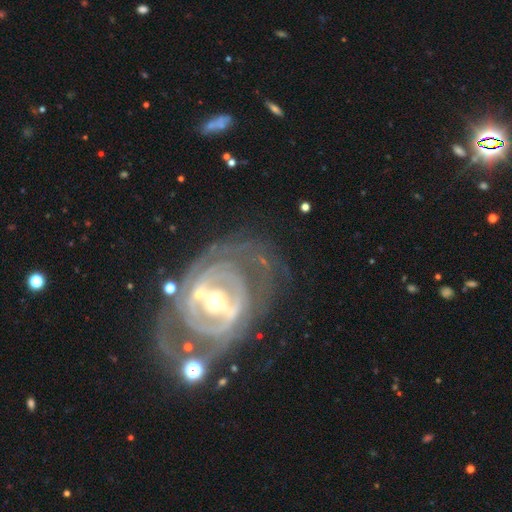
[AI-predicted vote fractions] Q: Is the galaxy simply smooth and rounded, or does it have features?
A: featured or disk — 87%.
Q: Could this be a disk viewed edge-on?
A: no — 95%.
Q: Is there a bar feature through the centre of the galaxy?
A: strong — 50%.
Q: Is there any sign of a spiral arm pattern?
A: yes — 81%.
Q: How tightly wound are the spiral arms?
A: tight — 65%.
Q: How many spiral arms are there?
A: can't tell — 38%.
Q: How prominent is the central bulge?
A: moderate — 57%.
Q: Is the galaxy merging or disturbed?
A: none — 63%.